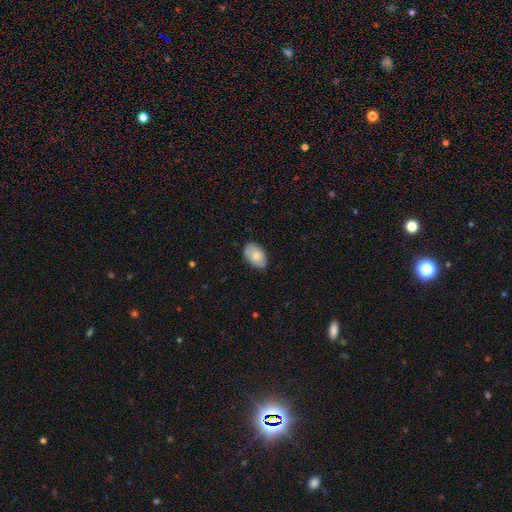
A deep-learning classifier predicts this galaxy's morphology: Overall: smooth (79%). How rounded: in between (90%). Merging: none (75%).